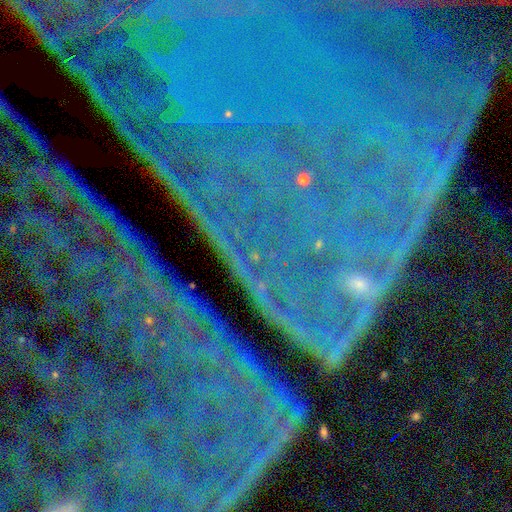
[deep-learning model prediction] Overall: star or artifact (83%).